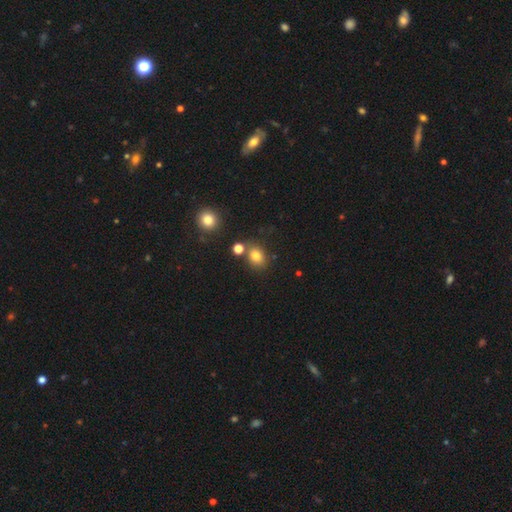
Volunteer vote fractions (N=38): smooth_or_featured: smooth (p=0.84) [alt: featured or disk p=0.08]
how_rounded: round (p=0.59) [alt: in between p=0.41]
merging: none (p=0.74) [alt: minor disturbance p=0.14]